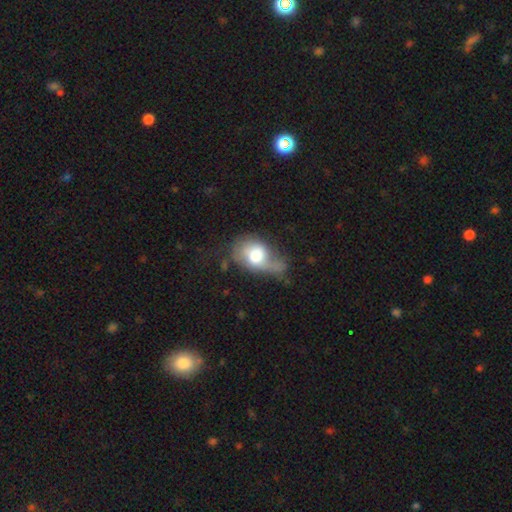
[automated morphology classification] Overall: smooth (63%; featured or disk 29%). How rounded: in between (68%; round 30%). Merging: major disturbance (40%; minor disturbance 29%).